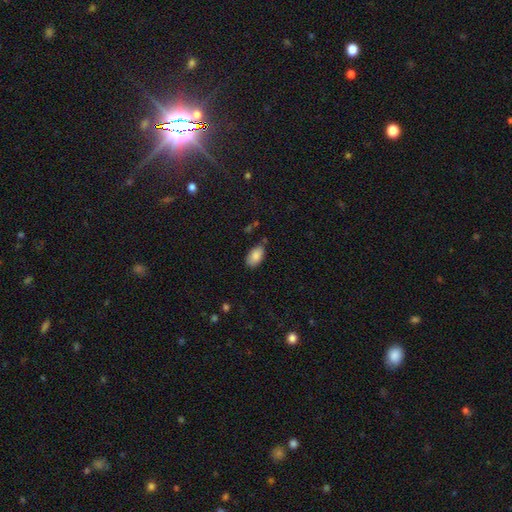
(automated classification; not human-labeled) Q: Smooth or featured?
A: smooth (86%); runner-up: star or artifact (7%)
Q: How rounded?
A: in between (94%); runner-up: round (4%)
Q: Merging?
A: none (76%); runner-up: minor disturbance (18%)